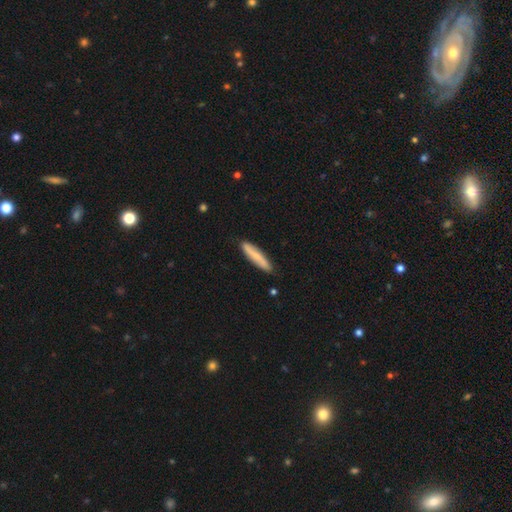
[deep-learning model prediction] The model was most divided on "smooth or featured": smooth: 71%, featured or disk: 23%, star or artifact: 6%. More confident: how rounded — cigar-shaped (89%); merging — none (86%).